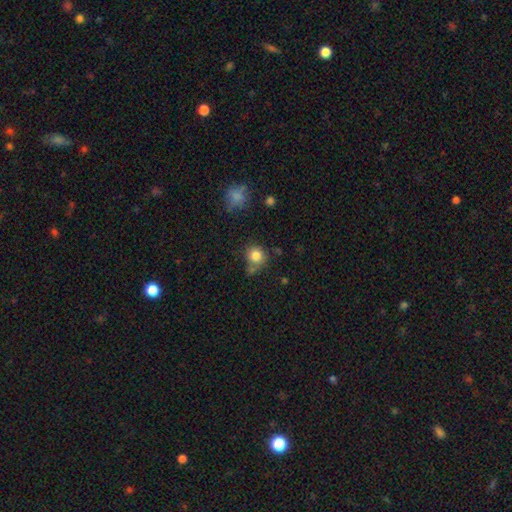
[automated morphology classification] smooth_or_featured: smooth (p=0.83) [alt: star or artifact p=0.11]
how_rounded: round (p=0.81) [alt: in between p=0.18]
merging: none (p=0.61) [alt: minor disturbance p=0.20]